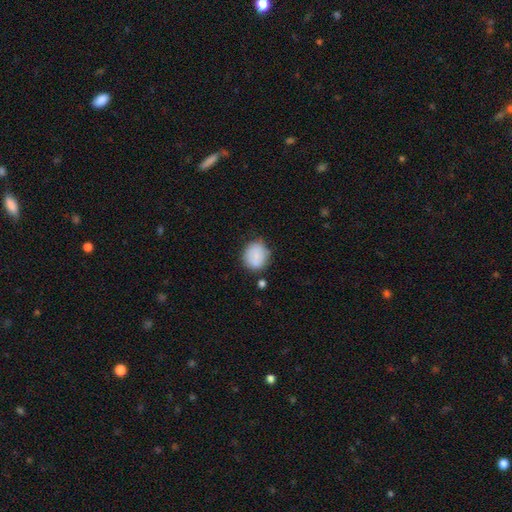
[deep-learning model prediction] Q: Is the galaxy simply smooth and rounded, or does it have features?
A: smooth — 84%.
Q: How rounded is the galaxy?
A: round — 74%.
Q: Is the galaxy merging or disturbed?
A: none — 70%.